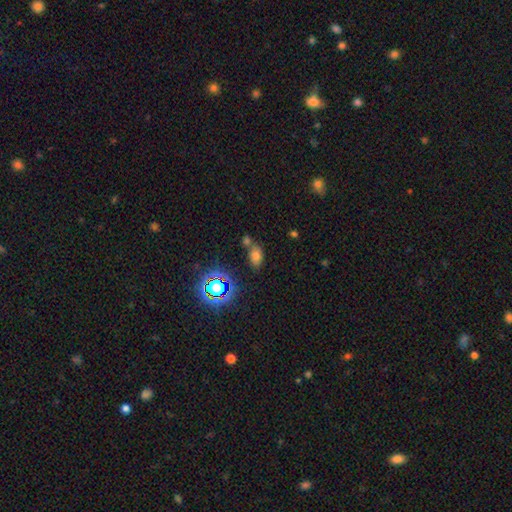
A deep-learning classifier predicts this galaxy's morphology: smooth 65%, star or artifact 25%, featured or disk 10%. Down the decision tree: how rounded — in between (83%); merging — none (57%).